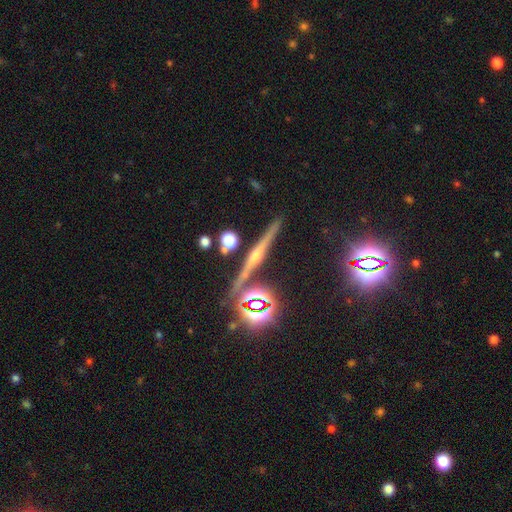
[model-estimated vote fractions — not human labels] The model was most divided on "smooth or featured": featured or disk: 64%, star or artifact: 20%, smooth: 16%. More confident: edge-on disk — yes (96%); merging — none (86%); edge-on bulge — rounded (84%).